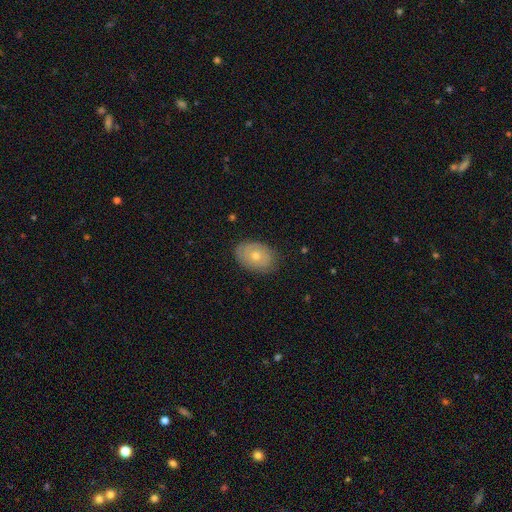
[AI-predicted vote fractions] Overall: smooth (56%; featured or disk 36%). How rounded: in between (79%). Merging: none (85%).